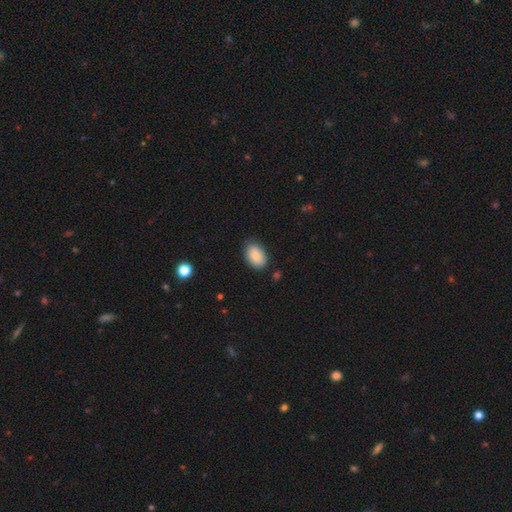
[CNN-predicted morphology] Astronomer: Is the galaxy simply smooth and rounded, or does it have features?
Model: smooth — 86%.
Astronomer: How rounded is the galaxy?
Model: in between — 90%.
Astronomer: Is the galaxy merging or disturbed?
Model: none — 80%.